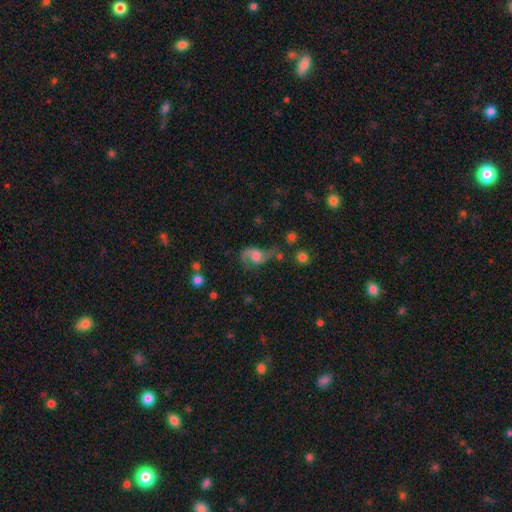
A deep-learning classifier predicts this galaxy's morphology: Q: Smooth or featured?
A: featured or disk (65%); runner-up: smooth (25%)
Q: Edge-on disk?
A: no (97%); runner-up: yes (3%)
Q: Bar?
A: no (60%); runner-up: weak (33%)
Q: Spiral arms?
A: yes (88%); runner-up: no (12%)
Q: Spiral winding?
A: loose (61%); runner-up: medium (31%)
Q: Spiral arm count?
A: 2 (82%); runner-up: 1 (10%)
Q: Bulge size?
A: large (31%); runner-up: moderate (30%)
Q: Merging?
A: none (41%); runner-up: major disturbance (28%)